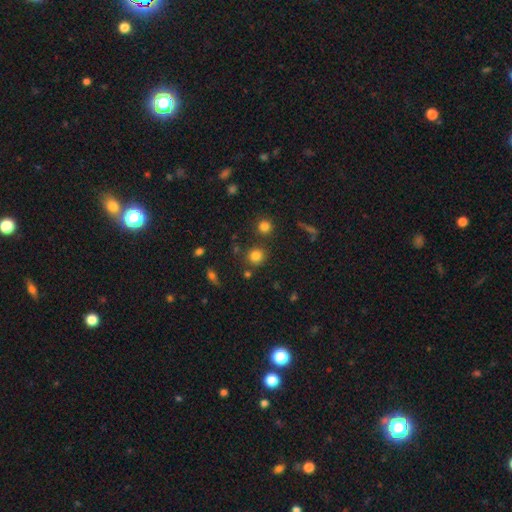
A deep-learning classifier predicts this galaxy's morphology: smooth_or_featured: smooth (p=0.79) [alt: star or artifact p=0.15]
how_rounded: round (p=0.90) [alt: in between p=0.09]
merging: none (p=0.81) [alt: minor disturbance p=0.08]